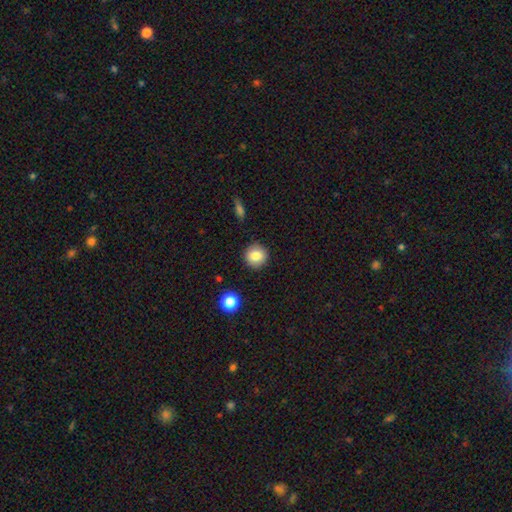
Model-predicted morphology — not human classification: This appears to be a smooth galaxy with no disk features (84%) that is round (93%). Merging: none (90%).